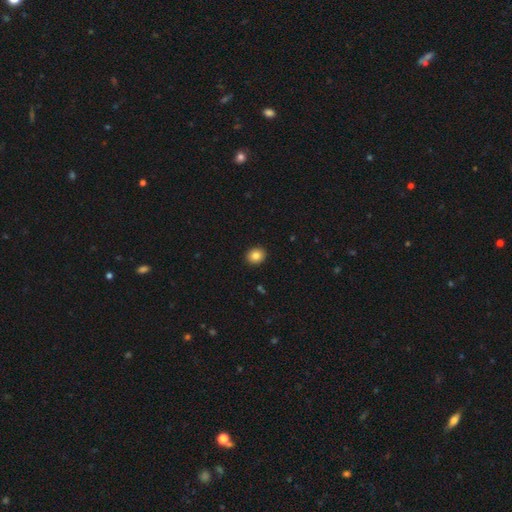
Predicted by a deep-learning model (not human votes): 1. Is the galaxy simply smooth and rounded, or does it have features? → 85% smooth, 9% star or artifact, 6% featured or disk.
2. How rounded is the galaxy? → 73% round, 26% in between, 1% cigar-shaped.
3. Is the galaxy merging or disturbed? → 92% none, 6% minor disturbance, 2% major disturbance, 1% merger.